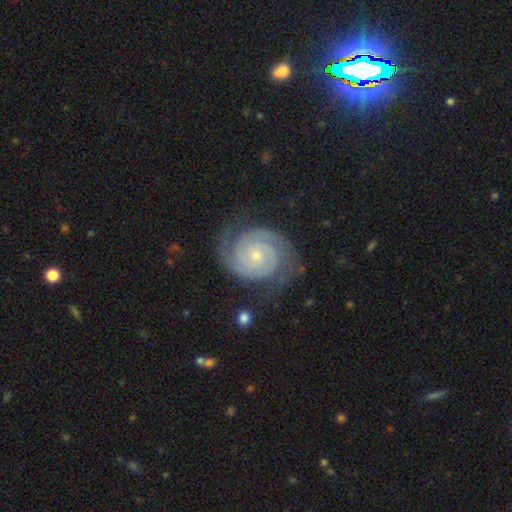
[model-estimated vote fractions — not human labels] Overall: featured or disk (92%). Edge-on disk: no (98%). Bar: no (74%). Spiral arms: yes (99%). Spiral arm count: 2 (80%). Spiral winding: tight (80%). Bulge size: small (72%). Merging: none (78%).